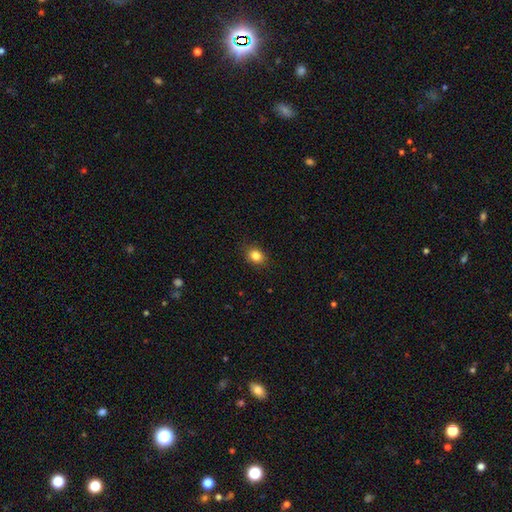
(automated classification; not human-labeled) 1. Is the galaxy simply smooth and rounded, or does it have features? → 83% smooth, 11% star or artifact, 6% featured or disk.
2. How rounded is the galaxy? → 53% round, 46% in between, 1% cigar-shaped.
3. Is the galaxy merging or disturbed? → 88% none, 9% minor disturbance, 2% major disturbance, 1% merger.